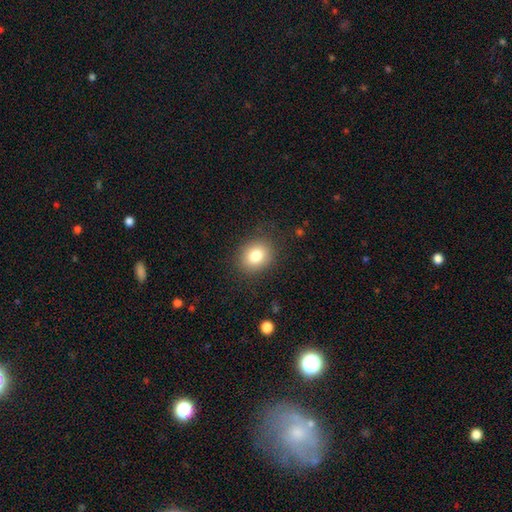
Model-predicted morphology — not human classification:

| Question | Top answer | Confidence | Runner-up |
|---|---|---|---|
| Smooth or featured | smooth | 81% | star or artifact (10%) |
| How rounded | round | 60% | in between (39%) |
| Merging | none | 85% | minor disturbance (10%) |